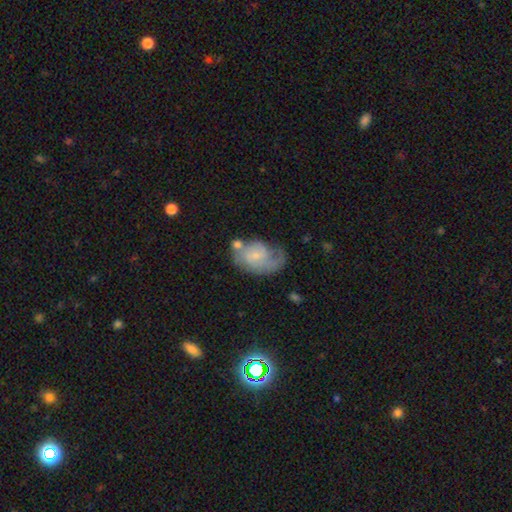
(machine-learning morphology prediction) Smooth or featured: featured or disk — 57% (smooth — 35%)
Edge-on disk: no — 97% (yes — 3%)
Bar: no — 64% (weak — 32%)
Spiral arms: yes — 82% (no — 18%)
Bulge size: small — 67% (moderate — 18%)
Merging: none — 39% (minor disturbance — 27%)